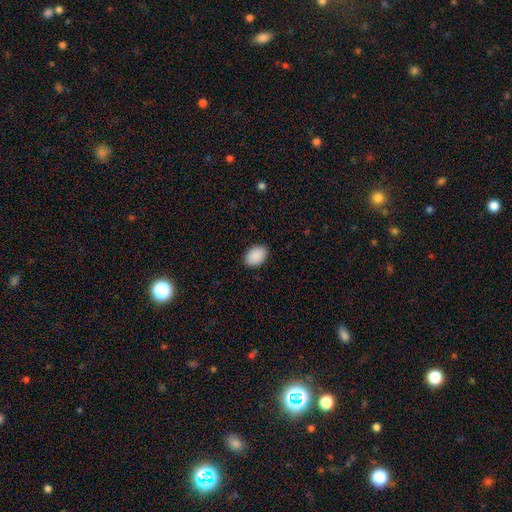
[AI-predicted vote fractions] Smooth or featured?
  - smooth: 91% *
  - star or artifact: 7%
  - featured or disk: 2%
How rounded?
  - in between: 81% *
  - round: 18%
  - cigar-shaped: 1%
Merging?
  - none: 90% *
  - minor disturbance: 8%
  - major disturbance: 2%
  - merger: 1%